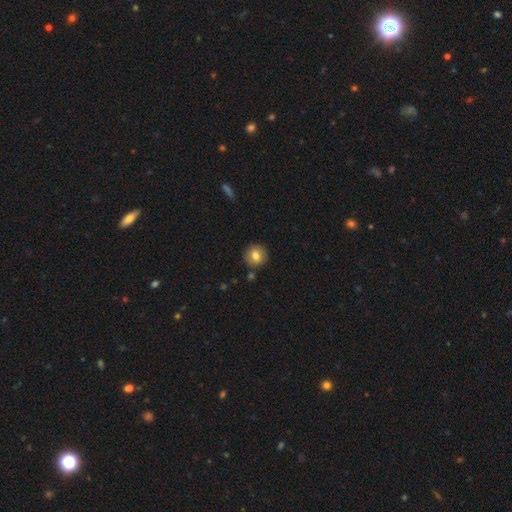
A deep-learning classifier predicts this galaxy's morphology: A smooth galaxy with no disk features (81%) that is round (93%).

Vote fractions:
- Smooth or featured? smooth: 81% / featured or disk: 10% / star or artifact: 9%
- How rounded? round: 93% / in between: 6% / cigar-shaped: 1%
- Merging? none: 88% / minor disturbance: 7% / merger: 3% / major disturbance: 2%